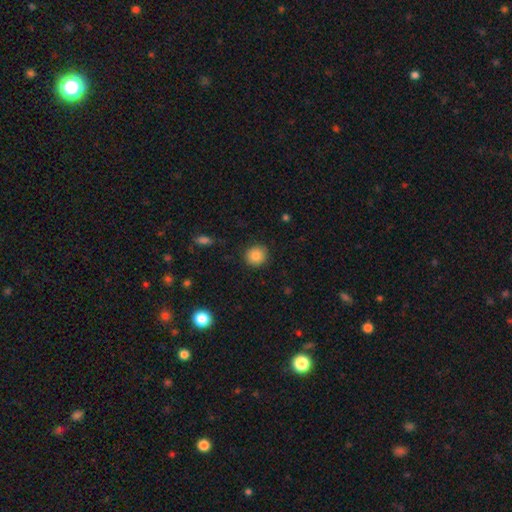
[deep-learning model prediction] Overall: smooth (85%). How rounded: round (89%). Merging: none (89%).